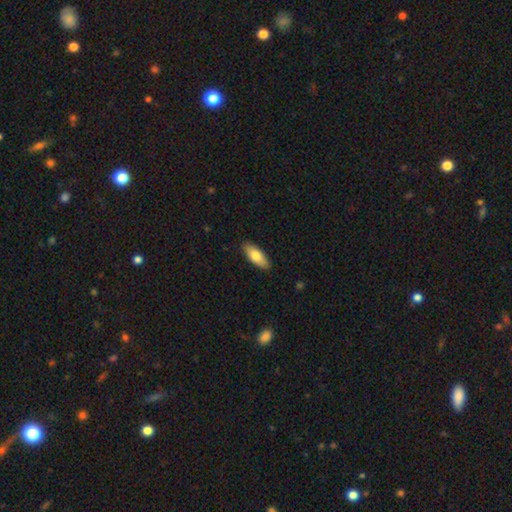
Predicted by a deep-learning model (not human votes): smooth-or-featured: smooth: 76% | featured or disk: 19% | star or artifact: 6%
  how-rounded: in between: 76% | cigar-shaped: 22% | round: 2%
  merging: none: 89% | minor disturbance: 9% | major disturbance: 2% | merger: 1%